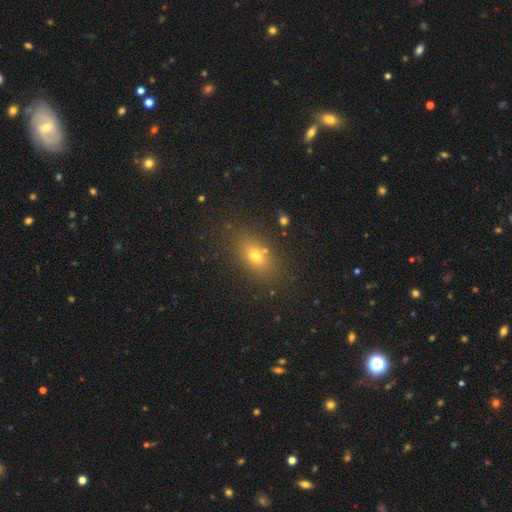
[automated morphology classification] type=smooth (69%); roundness=in between (74%); merging=none (79%).